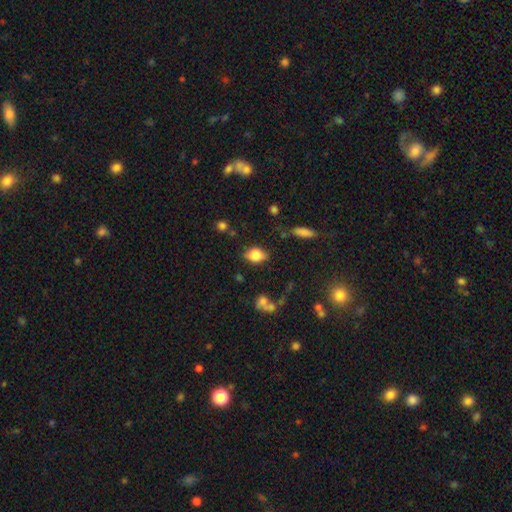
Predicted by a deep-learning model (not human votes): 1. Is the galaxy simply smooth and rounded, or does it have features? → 80% smooth, 11% featured or disk, 9% star or artifact.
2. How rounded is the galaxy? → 77% in between, 21% round, 2% cigar-shaped.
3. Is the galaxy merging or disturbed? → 75% none, 17% minor disturbance, 5% major disturbance, 3% merger.